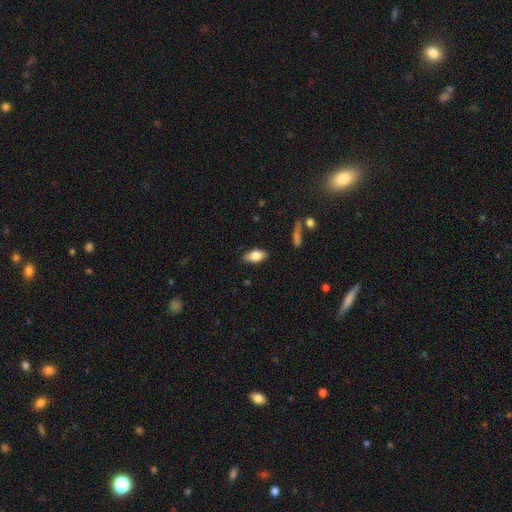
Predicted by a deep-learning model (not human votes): The model was most divided on "smooth or featured": smooth: 70%, featured or disk: 23%, star or artifact: 7%. More confident: how rounded — in between (87%); merging — none (82%).